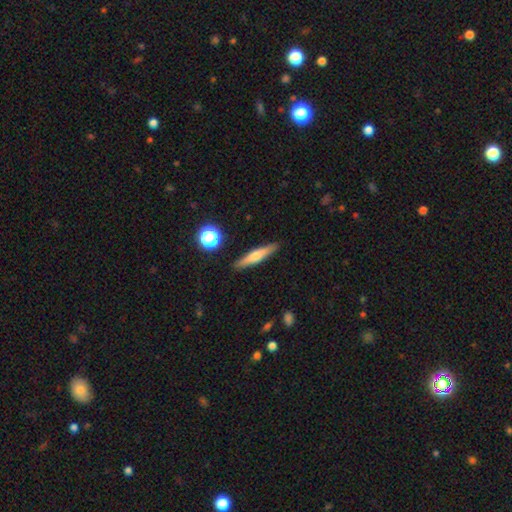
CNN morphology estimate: A smooth galaxy with no disk features (52%) that is cigar-shaped (84%). Merging: none (89%).